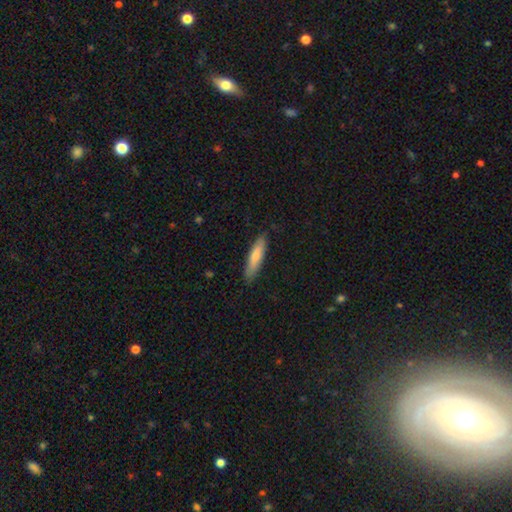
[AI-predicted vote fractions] smooth_or_featured: smooth (p=0.75) [alt: featured or disk p=0.20]
how_rounded: cigar-shaped (p=0.71) [alt: in between p=0.27]
merging: none (p=0.83) [alt: minor disturbance p=0.13]